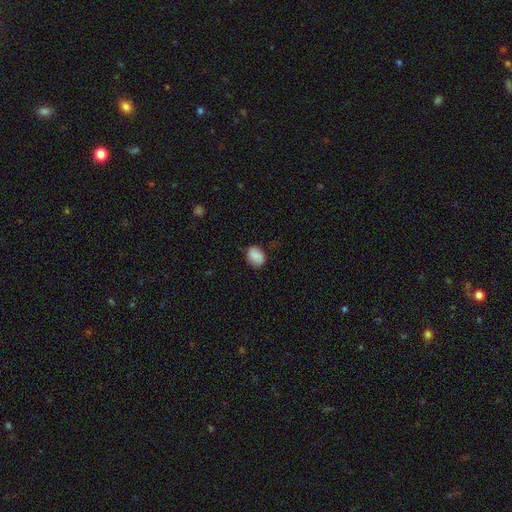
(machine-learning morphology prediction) A smooth galaxy with no disk features (85%) that is in between round and cigar-shaped (67%). Merging: none (78%).